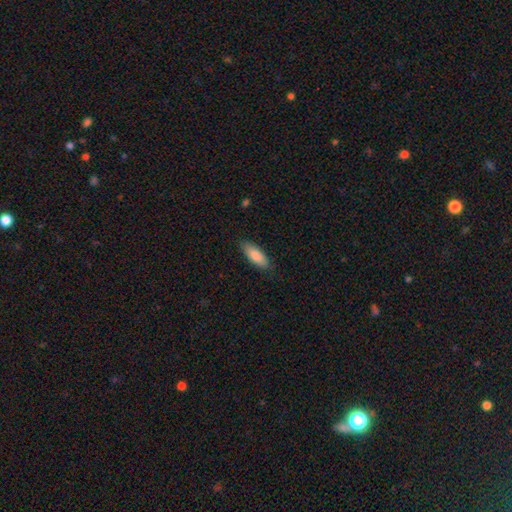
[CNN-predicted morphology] A smooth galaxy with no disk features (85%) that is in between round and cigar-shaped (69%).

Vote fractions:
- Smooth or featured? smooth: 85% / featured or disk: 10% / star or artifact: 6%
- How rounded? in between: 69% / cigar-shaped: 30% / round: 2%
- Merging? none: 83% / minor disturbance: 13% / major disturbance: 2% / merger: 1%